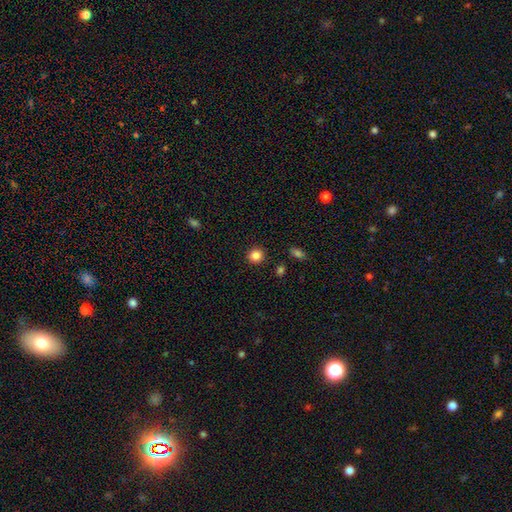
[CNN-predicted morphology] smooth_or_featured: smooth (p=0.85) [alt: star or artifact p=0.11]
how_rounded: round (p=0.90) [alt: in between p=0.09]
merging: none (p=0.91) [alt: minor disturbance p=0.05]